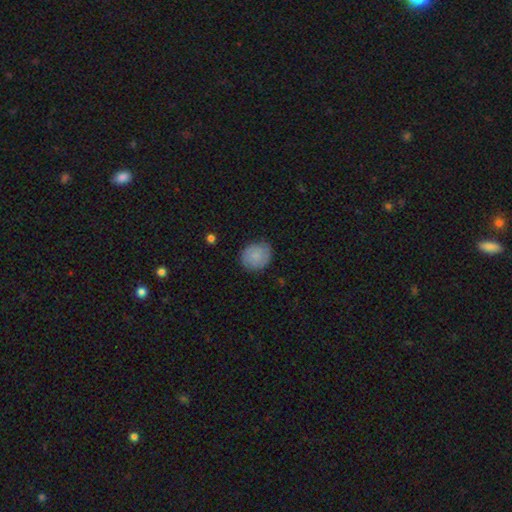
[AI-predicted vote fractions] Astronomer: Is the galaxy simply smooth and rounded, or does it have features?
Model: smooth — 77%.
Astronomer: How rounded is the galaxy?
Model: round — 71%.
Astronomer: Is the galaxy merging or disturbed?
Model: none — 78%.